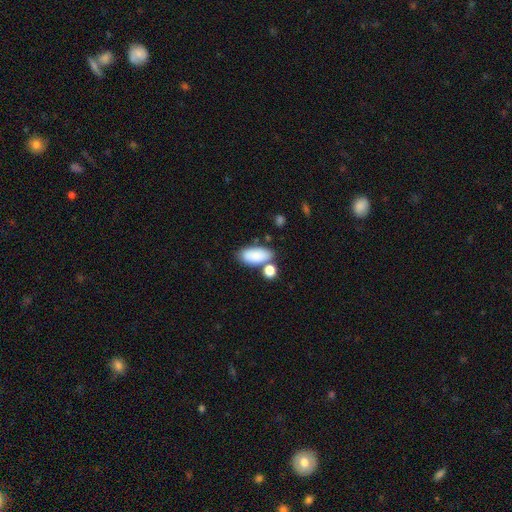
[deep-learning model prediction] Overall: smooth (85%). How rounded: in between (91%). Merging: none (62%).